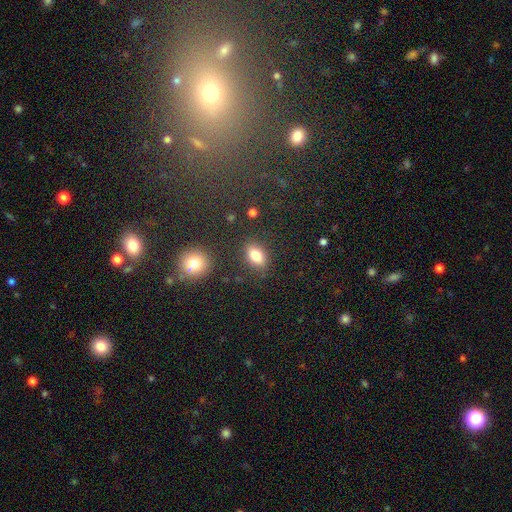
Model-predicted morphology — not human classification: This appears to be a smooth galaxy with no disk features (81%) that is in between round and cigar-shaped (85%). Merging: none (82%).